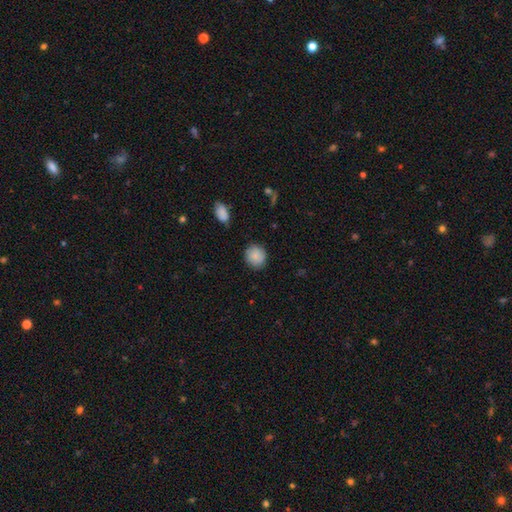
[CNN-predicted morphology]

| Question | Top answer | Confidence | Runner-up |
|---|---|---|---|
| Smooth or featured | smooth | 87% | star or artifact (7%) |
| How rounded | round | 85% | in between (14%) |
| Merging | none | 85% | minor disturbance (11%) |